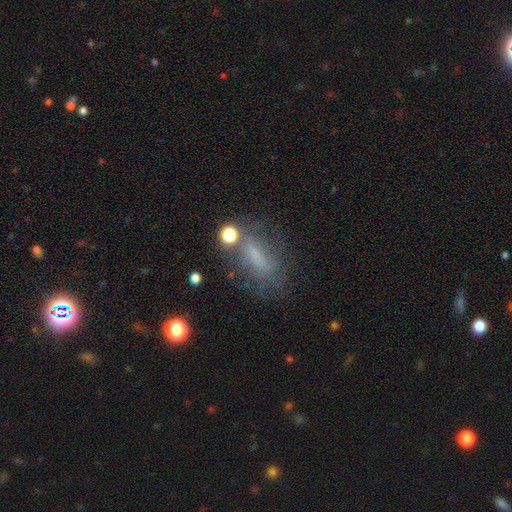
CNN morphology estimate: A smooth galaxy with no disk features (48%). Merging: none (53%).